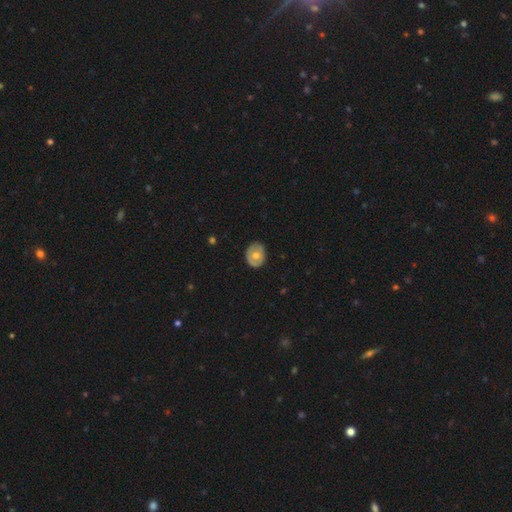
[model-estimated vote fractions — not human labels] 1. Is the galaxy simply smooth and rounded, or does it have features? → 54% smooth, 40% featured or disk, 6% star or artifact.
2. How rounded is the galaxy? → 50% in between, 49% round, 1% cigar-shaped.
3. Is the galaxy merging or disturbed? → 79% none, 17% minor disturbance, 3% major disturbance, 1% merger.